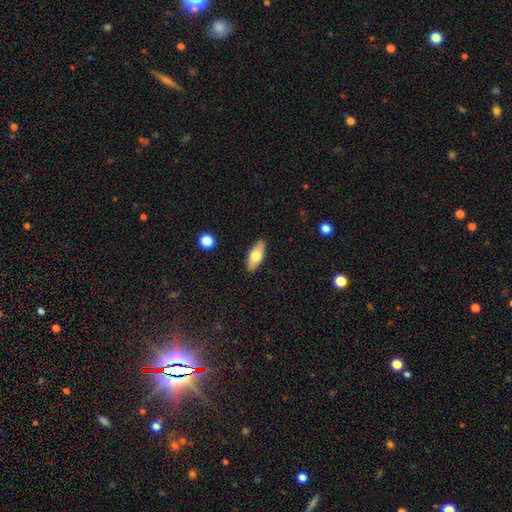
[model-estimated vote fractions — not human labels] Smooth or featured? Predicted: smooth (p=0.67). How rounded? Predicted: in between (p=0.77). Merging? Predicted: none (p=0.87).